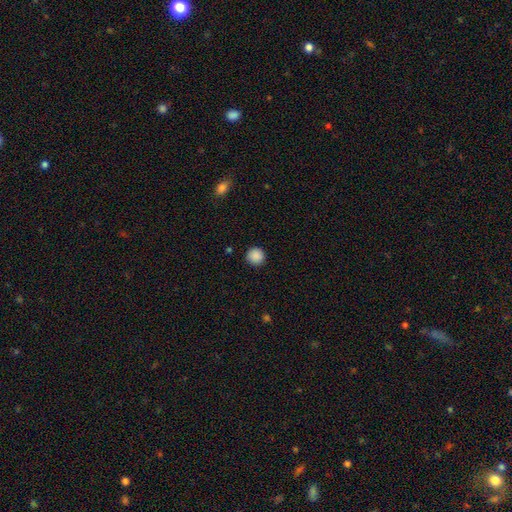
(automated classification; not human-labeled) Smooth or featured? Predicted: smooth (p=0.88). How rounded? Predicted: round (p=0.94). Merging? Predicted: none (p=0.91).